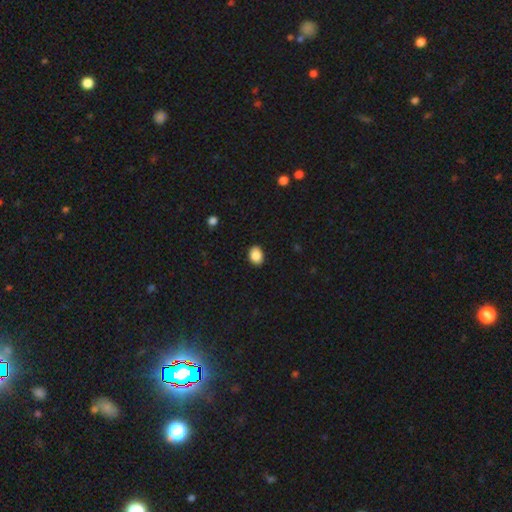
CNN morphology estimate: smooth 88%, star or artifact 8%, featured or disk 4%. Down the decision tree: how rounded — in between (67%); merging — none (89%).